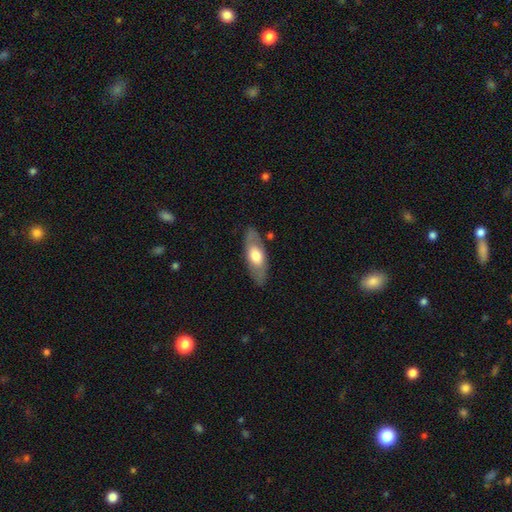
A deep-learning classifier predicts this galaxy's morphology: Overall: smooth (53%; featured or disk 42%). How rounded: in between (74%). Merging: none (82%).